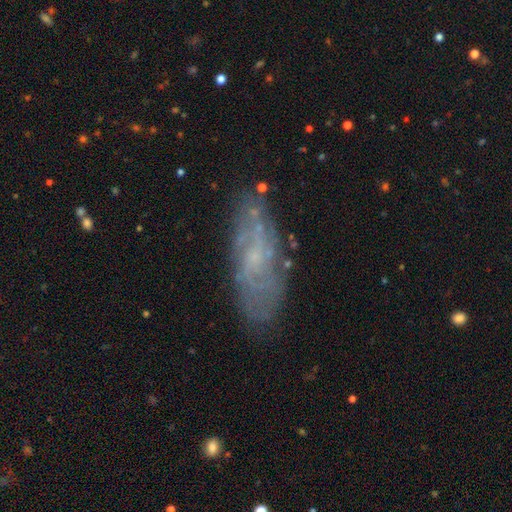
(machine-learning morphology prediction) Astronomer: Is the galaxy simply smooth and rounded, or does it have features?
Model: featured or disk — 57% (runner-up: smooth, 32%).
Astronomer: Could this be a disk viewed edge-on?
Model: no — 81%.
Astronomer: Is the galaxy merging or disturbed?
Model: none — 76%.